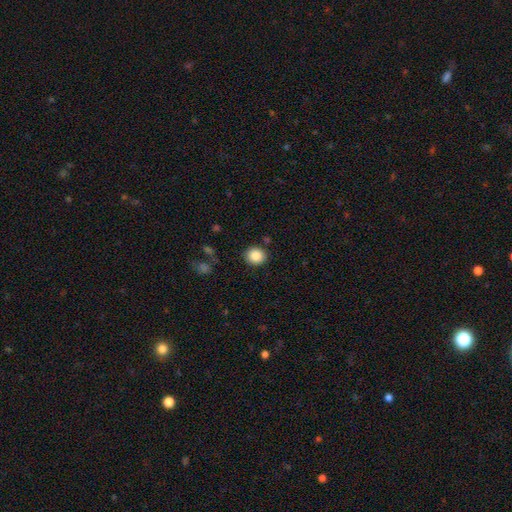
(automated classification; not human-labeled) smooth-or-featured: smooth: 87% | star or artifact: 9% | featured or disk: 4%
  how-rounded: round: 80% | in between: 19% | cigar-shaped: 1%
  merging: none: 88% | minor disturbance: 8% | major disturbance: 3% | merger: 2%